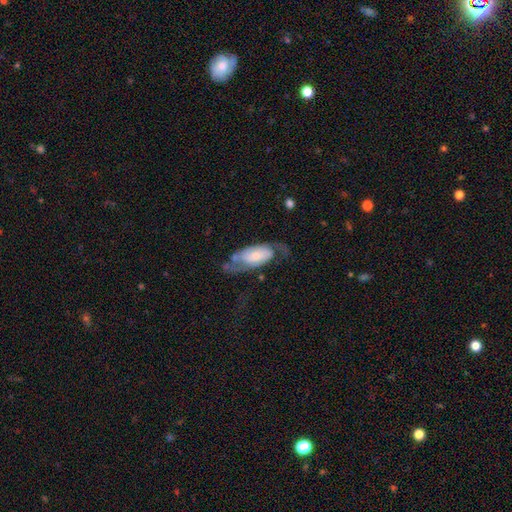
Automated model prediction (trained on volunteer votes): smooth_or_featured: featured or disk (p=0.61) [alt: smooth p=0.33]
disk_edge_on: no (p=0.90) [alt: yes p=0.10]
bar: no (p=0.64) [alt: weak p=0.26]
has_spiral_arms: yes (p=0.82) [alt: no p=0.18]
bulge_size: small (p=0.45) [alt: moderate p=0.26]
merging: none (p=0.42) [alt: major disturbance p=0.31]